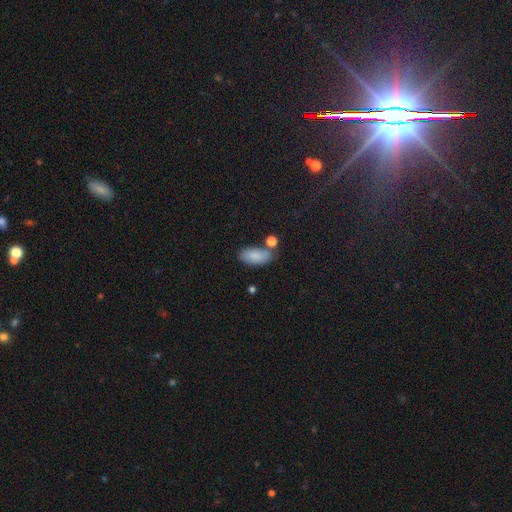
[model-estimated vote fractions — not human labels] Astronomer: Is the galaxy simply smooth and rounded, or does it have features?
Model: smooth — 86%.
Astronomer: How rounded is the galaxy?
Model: in between — 92%.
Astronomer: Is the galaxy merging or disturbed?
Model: none — 65%.